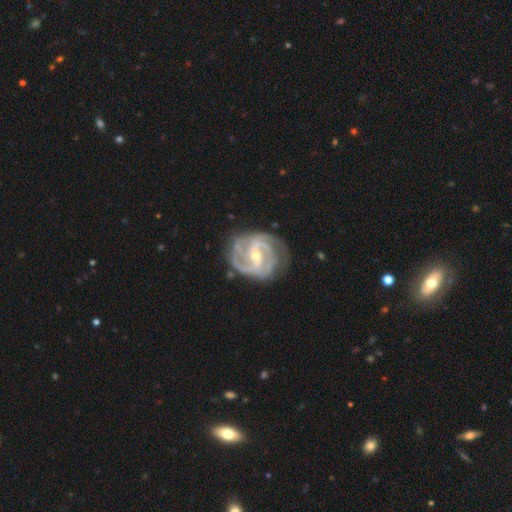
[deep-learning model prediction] This is clearly a featured or disk galaxy (93%). It is clearly not viewed edge-on (98%). Bar: possibly strong (46%). Spiral arm pattern: clearly yes (98%). Spiral arm count: marginally 3 (36%, tied with 2). Spiral winding: possibly medium (49%). Central bulge: possibly small (58%). Merging: likely none (74%).